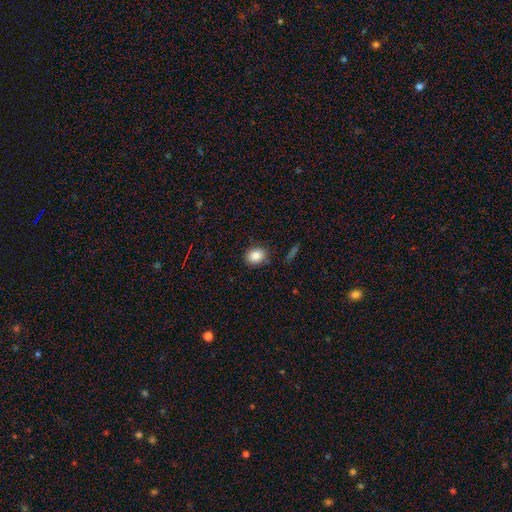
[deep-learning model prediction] Morphology: type=smooth (85%); roundness=round (51%); merging=none (81%).